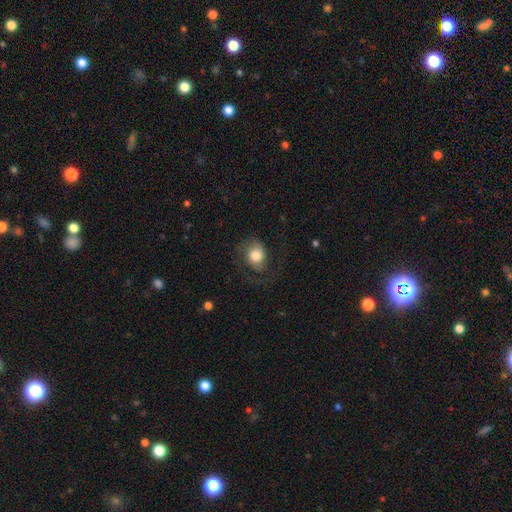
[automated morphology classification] Smooth or featured? Predicted: smooth (p=0.60). How rounded? Predicted: round (p=0.58). Merging? Predicted: none (p=0.50).